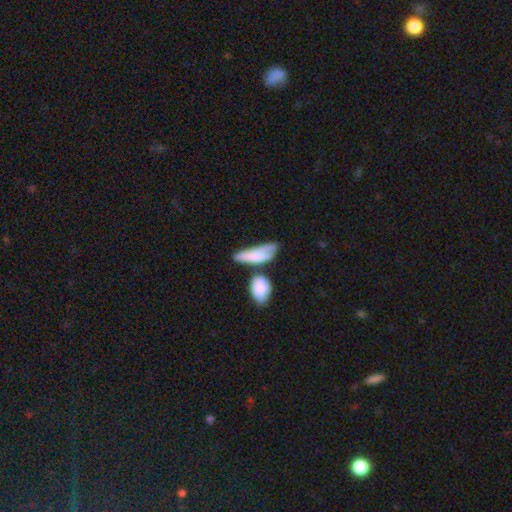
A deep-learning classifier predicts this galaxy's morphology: This is likely a smooth galaxy (62%). How rounded: possibly in between (58%). Merging: marginally none (34%).